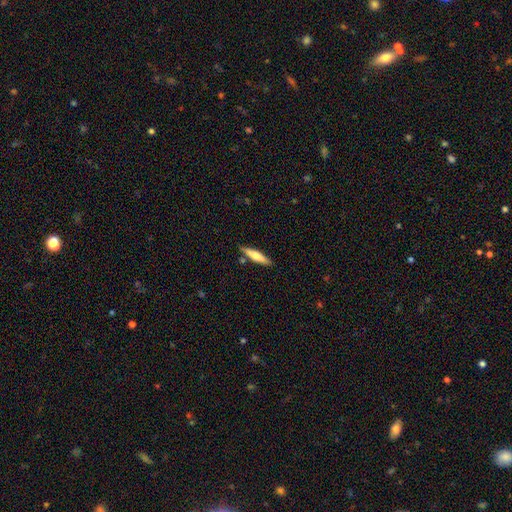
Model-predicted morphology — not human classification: smooth-or-featured: smooth: 58% | featured or disk: 36% | star or artifact: 6%
  how-rounded: cigar-shaped: 78% | in between: 20% | round: 2%
  merging: none: 83% | minor disturbance: 11% | merger: 4% | major disturbance: 2%